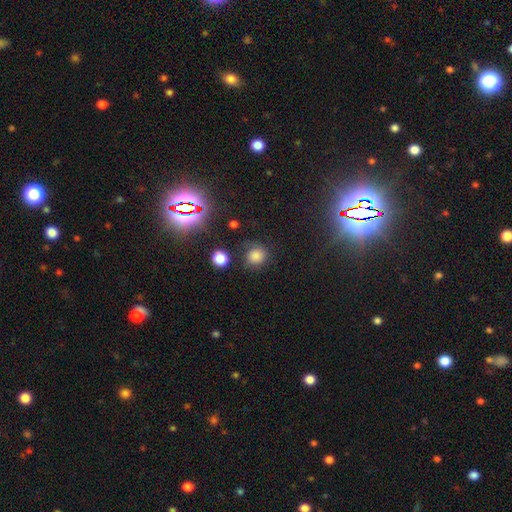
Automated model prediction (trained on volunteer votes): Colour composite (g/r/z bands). It shows a smooth galaxy with no disk features (75%) that is round (83%). Merging: none (68%).